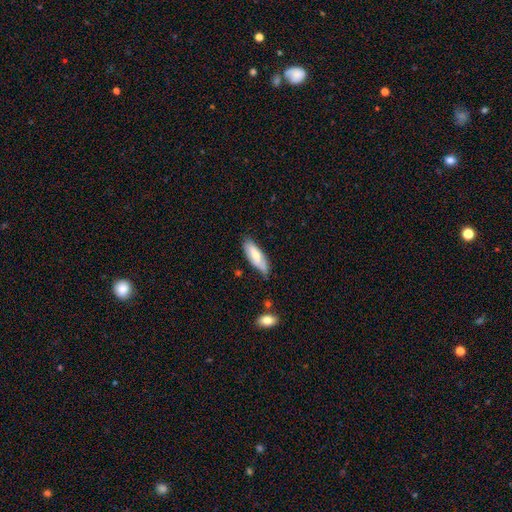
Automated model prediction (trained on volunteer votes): Smooth or featured? smooth (60%)
How rounded? in between (63%)
Merging? none (67%)